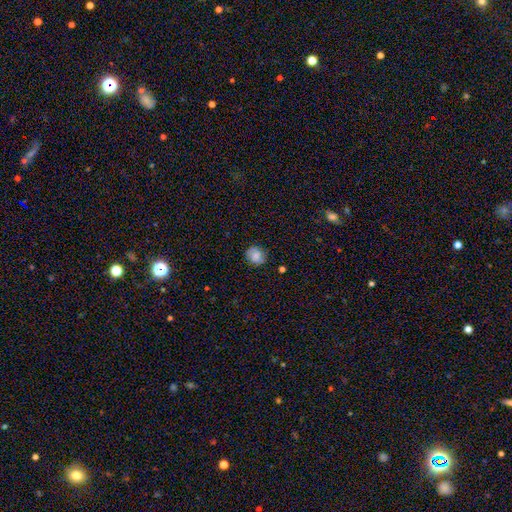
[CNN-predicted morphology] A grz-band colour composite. It shows a smooth galaxy with no disk features (62%) that is round (77%). Merging: none (82%).